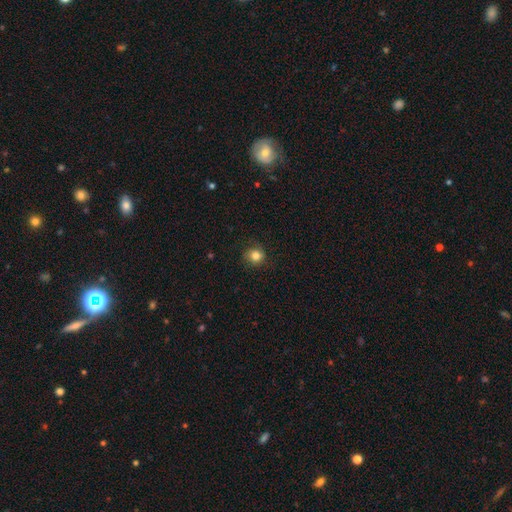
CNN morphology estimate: A smooth galaxy with no disk features (84%) that is round (87%). Merging: none (83%).